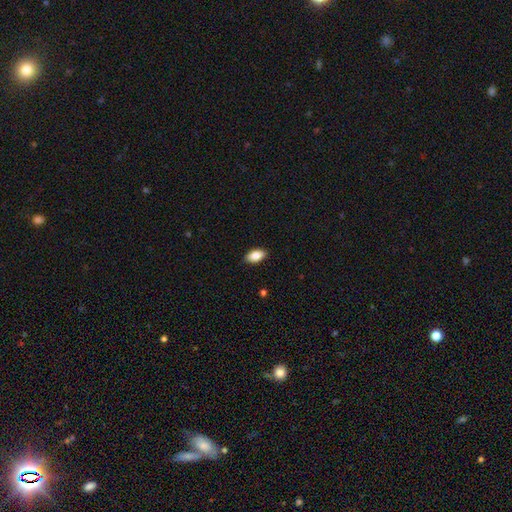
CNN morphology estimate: smooth-or-featured: smooth: 87% | star or artifact: 7% | featured or disk: 6%
  how-rounded: in between: 92% | cigar-shaped: 4% | round: 4%
  merging: none: 88% | minor disturbance: 9% | major disturbance: 2% | merger: 1%